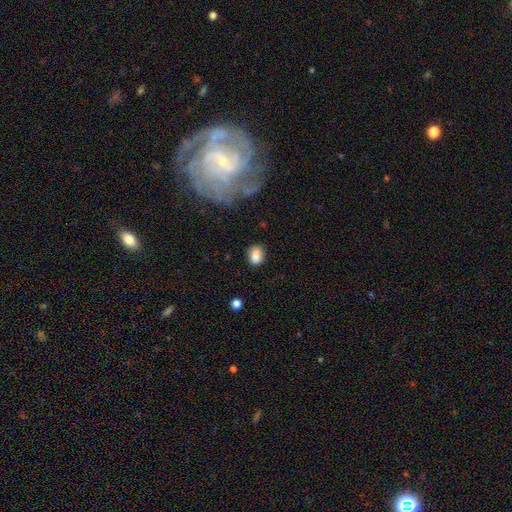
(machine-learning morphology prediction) smooth 86%, star or artifact 8%, featured or disk 6%. Down the decision tree: how rounded — in between (63%); merging — none (79%).